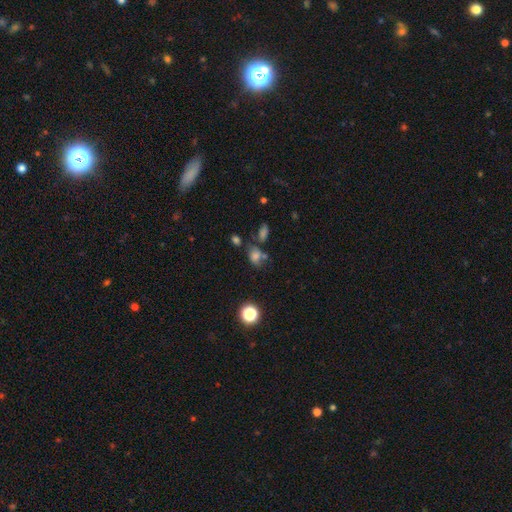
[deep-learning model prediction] Smooth or featured? smooth (67%)
How rounded? in between (64%)
Merging? none (44%)